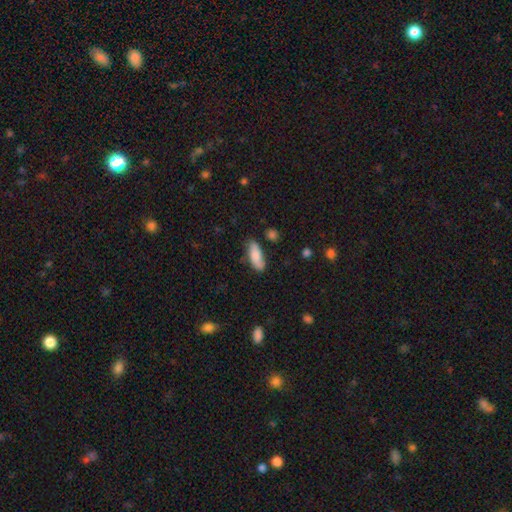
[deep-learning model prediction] Smooth or featured? smooth (81%)
How rounded? in between (73%)
Merging? none (71%)